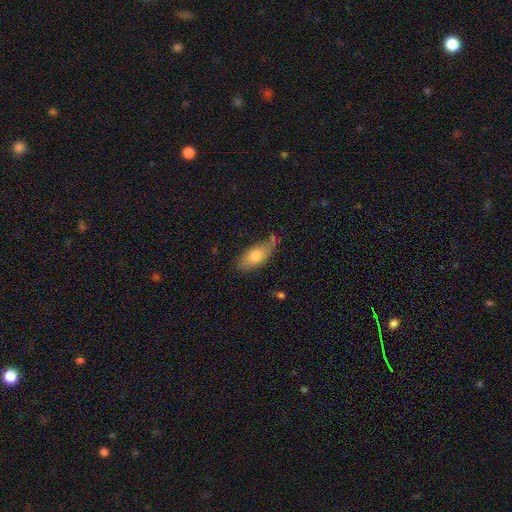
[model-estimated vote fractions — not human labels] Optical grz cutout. It shows a smooth galaxy with no disk features (72%) that is in between round and cigar-shaped (82%). Merging: none (59%).